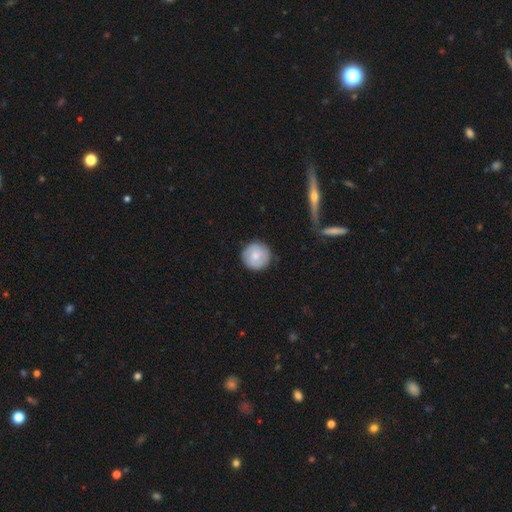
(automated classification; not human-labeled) The model was most divided on "smooth or featured": smooth: 78%, featured or disk: 16%, star or artifact: 7%. More confident: how rounded — round (95%); merging — none (86%).